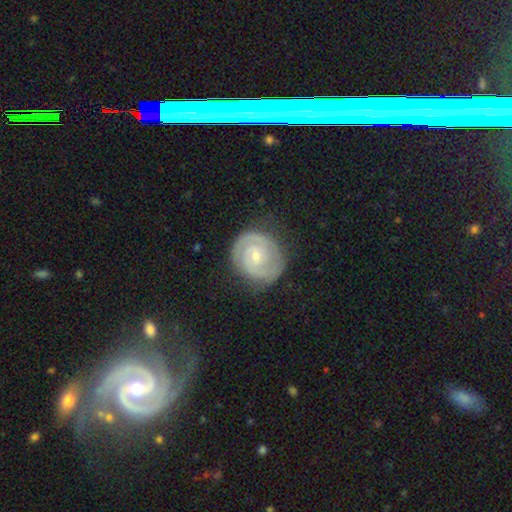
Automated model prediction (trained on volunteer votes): A featured or disk galaxy (86%) with no bar (57%), 2 (85%) tight (68%) spiral arms (96%) and a small central bulge (67%).

Vote fractions:
- Smooth or featured? featured or disk: 86% / smooth: 9% / star or artifact: 5%
- Edge-on disk? no: 98% / yes: 2%
- Bar? no: 57% / weak: 35% / strong: 8%
- Spiral arms? yes: 96% / no: 4%
- Spiral winding? tight: 68% / medium: 28% / loose: 5%
- Spiral arm count? 2: 85% / can't tell: 6% / 3: 4% / 1: 2% / 4: 1% / more than 4: 1%
- Bulge size? small: 67% / moderate: 29% / none: 2% / large: 1% / dominant: 1%
- Merging? none: 81% / minor disturbance: 13% / major disturbance: 4% / merger: 1%